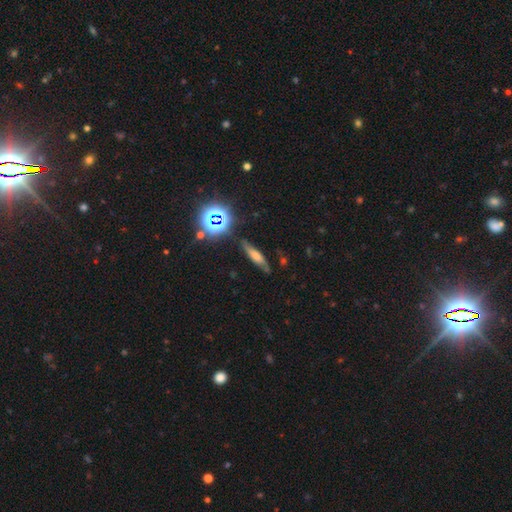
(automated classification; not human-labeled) Q: Smooth or featured?
A: smooth (52%); runner-up: featured or disk (29%)
Q: How rounded?
A: cigar-shaped (72%); runner-up: in between (22%)
Q: Merging?
A: none (73%); runner-up: minor disturbance (18%)